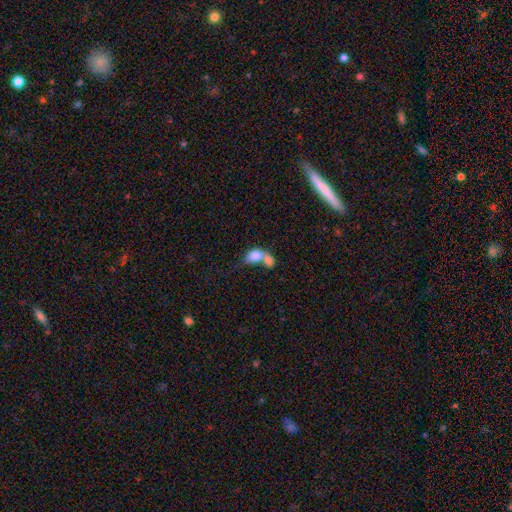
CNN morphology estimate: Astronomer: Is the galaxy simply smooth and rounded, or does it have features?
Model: smooth — 77%.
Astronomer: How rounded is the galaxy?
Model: in between — 79%.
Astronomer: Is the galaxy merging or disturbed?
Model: merger — 76%.